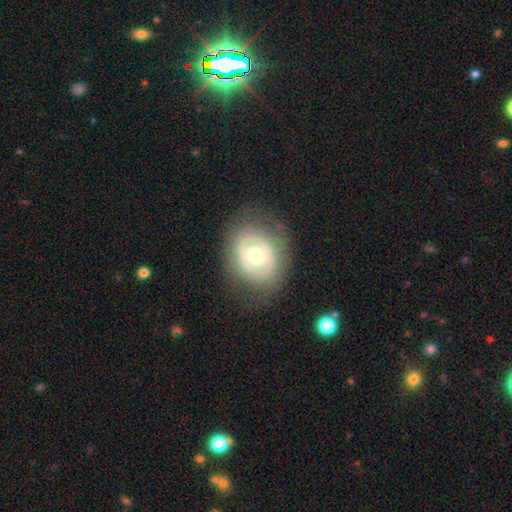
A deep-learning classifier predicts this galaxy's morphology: Smooth or featured?
  - featured or disk: 64% *
  - smooth: 30%
  - star or artifact: 6%
Edge-on disk?
  - no: 95% *
  - yes: 5%
Bar?
  - no: 64% *
  - weak: 24%
  - strong: 12%
Spiral arms?
  - no: 74% *
  - yes: 26%
Bulge size?
  - moderate: 68% *
  - small: 25%
  - large: 6%
  - dominant: 1%
  - none: 1%
Merging?
  - none: 73% *
  - minor disturbance: 16%
  - major disturbance: 9%
  - merger: 1%